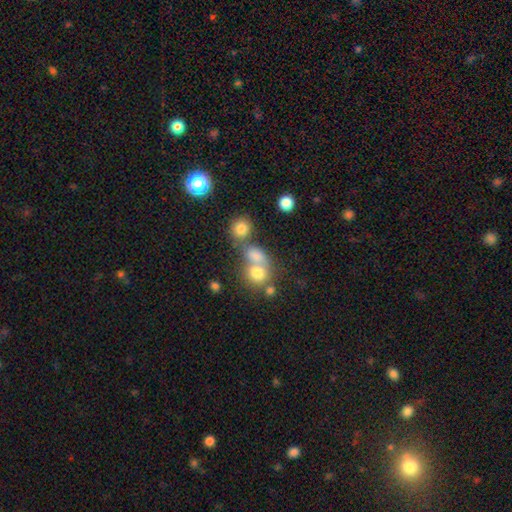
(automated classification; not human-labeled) Smooth or featured? smooth (73%)
How rounded? round (63%)
Merging? merger (49%)